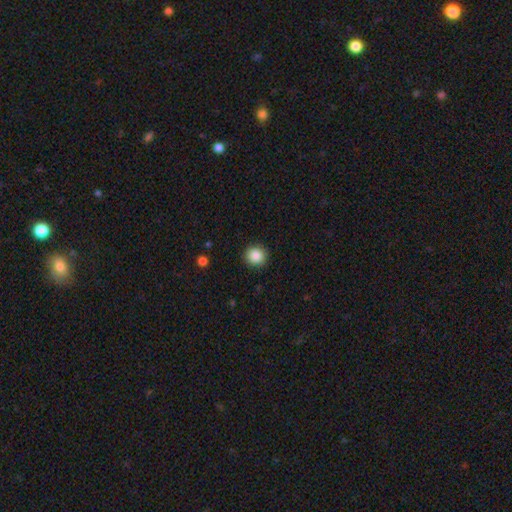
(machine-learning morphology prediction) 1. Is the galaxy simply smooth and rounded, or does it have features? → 87% smooth, 9% star or artifact, 4% featured or disk.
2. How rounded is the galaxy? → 92% round, 7% in between, 1% cigar-shaped.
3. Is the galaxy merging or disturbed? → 91% none, 6% minor disturbance, 2% major disturbance, 1% merger.